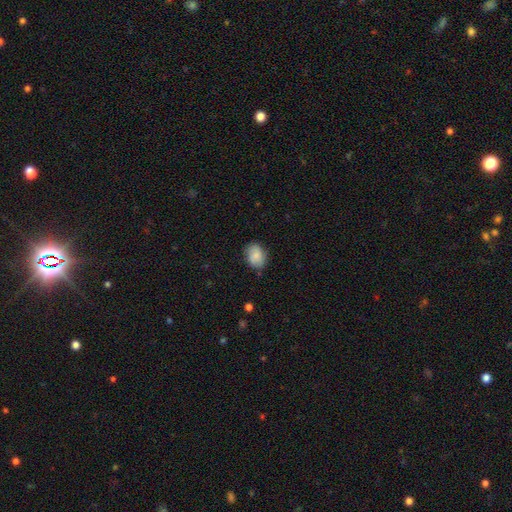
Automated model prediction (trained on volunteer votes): This is clearly a smooth galaxy (80%). How rounded: likely in between (72%). Merging: likely none (76%).